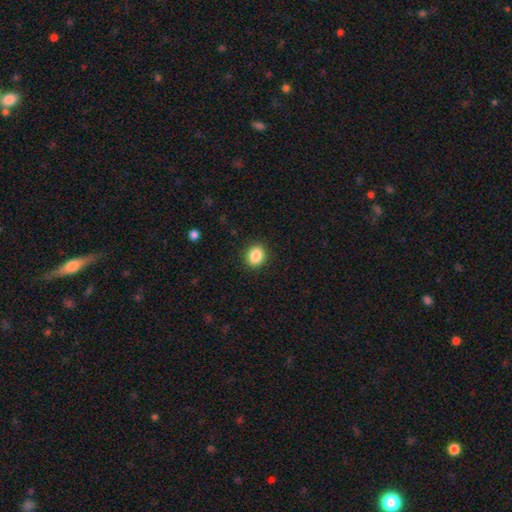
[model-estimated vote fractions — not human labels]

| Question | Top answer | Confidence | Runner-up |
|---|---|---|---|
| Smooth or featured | smooth | 87% | star or artifact (9%) |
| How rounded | round | 50% | in between (49%) |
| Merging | none | 90% | minor disturbance (7%) |